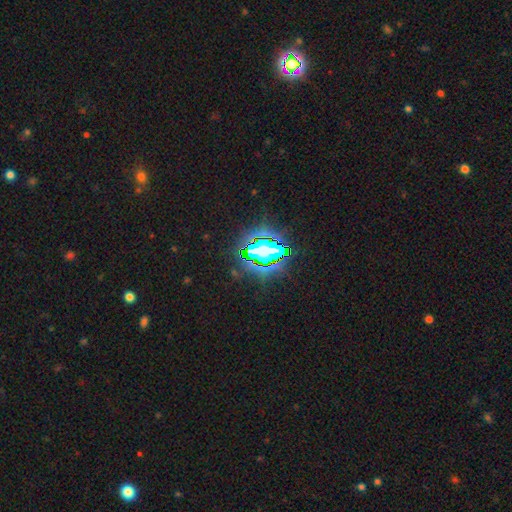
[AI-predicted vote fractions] Smooth or featured? Predicted: star or artifact (p=0.81).